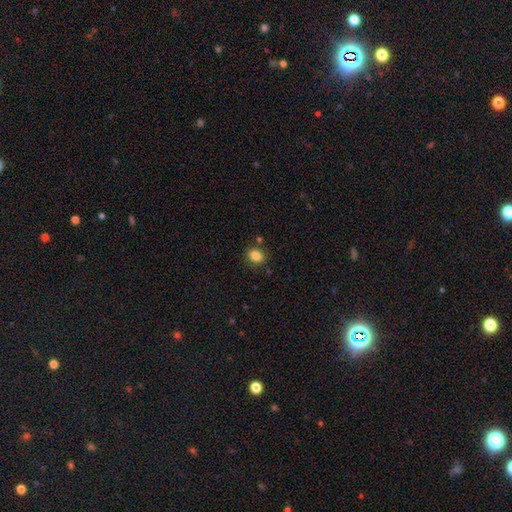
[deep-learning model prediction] This is clearly a smooth galaxy (84%). How rounded: possibly round (59%). Merging: clearly none (84%).